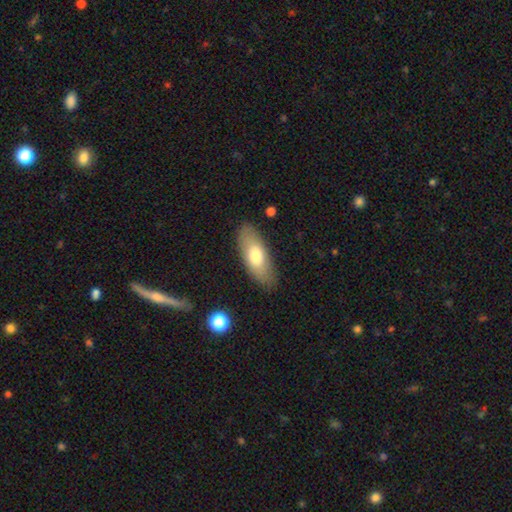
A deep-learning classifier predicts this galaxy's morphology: type=smooth (71%); roundness=in between (79%); merging=none (85%).